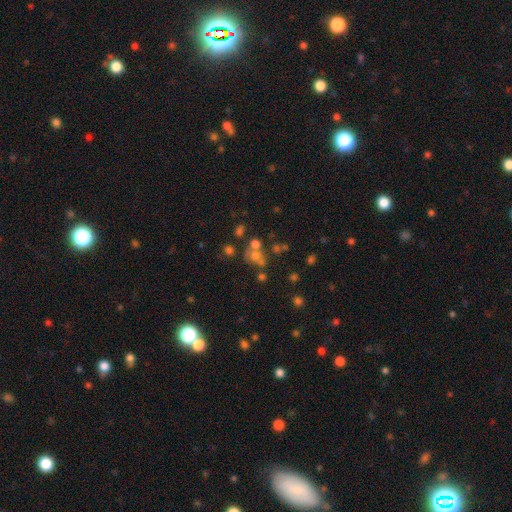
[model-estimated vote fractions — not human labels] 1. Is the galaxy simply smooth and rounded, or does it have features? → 55% smooth, 22% star or artifact, 22% featured or disk.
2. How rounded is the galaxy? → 70% round, 29% in between, 1% cigar-shaped.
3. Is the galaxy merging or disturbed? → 41% none, 40% merger, 11% minor disturbance, 9% major disturbance.